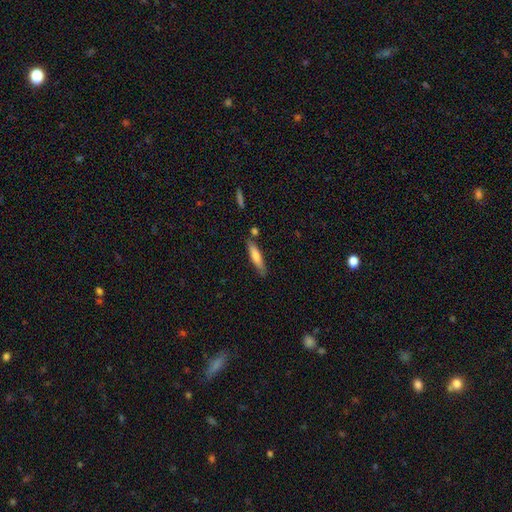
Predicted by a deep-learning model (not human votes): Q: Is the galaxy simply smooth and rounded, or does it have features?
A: smooth — 68%.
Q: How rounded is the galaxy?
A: cigar-shaped — 82%.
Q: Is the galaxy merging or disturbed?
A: none — 78%.